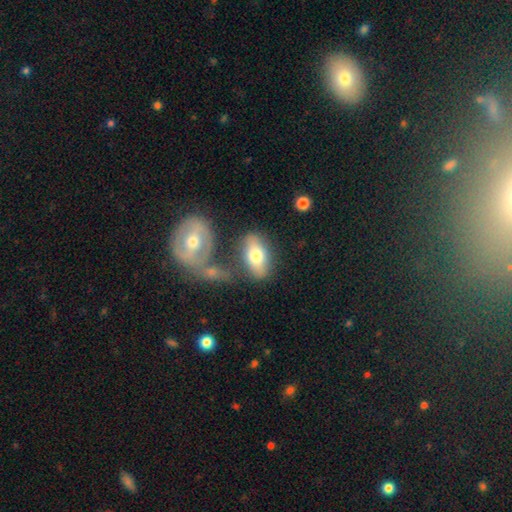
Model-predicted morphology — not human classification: This is possibly a smooth galaxy (60%). How rounded: clearly in between (84%). Merging: likely none (65%).